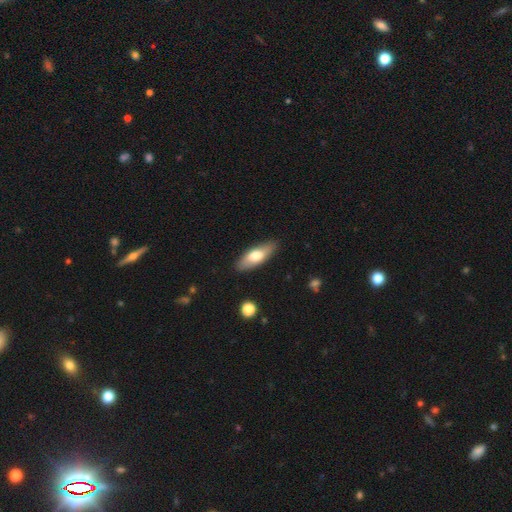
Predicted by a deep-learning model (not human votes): smooth 67%, featured or disk 27%, star or artifact 6%. Down the decision tree: how rounded — in between (67%); merging — none (87%).